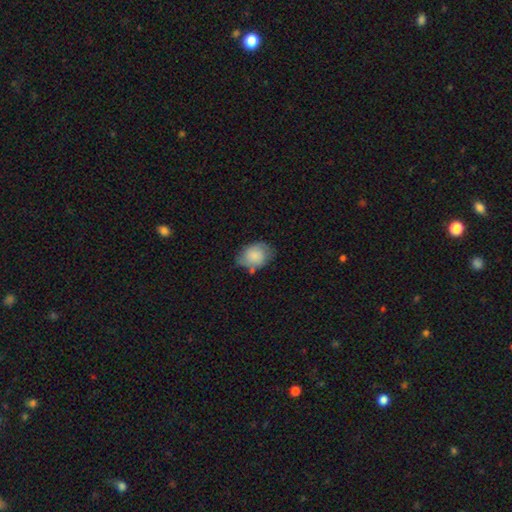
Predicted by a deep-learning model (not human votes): smooth_or_featured: smooth (p=0.80) [alt: featured or disk p=0.14]
how_rounded: in between (p=0.69) [alt: round p=0.30]
merging: none (p=0.58) [alt: minor disturbance p=0.29]